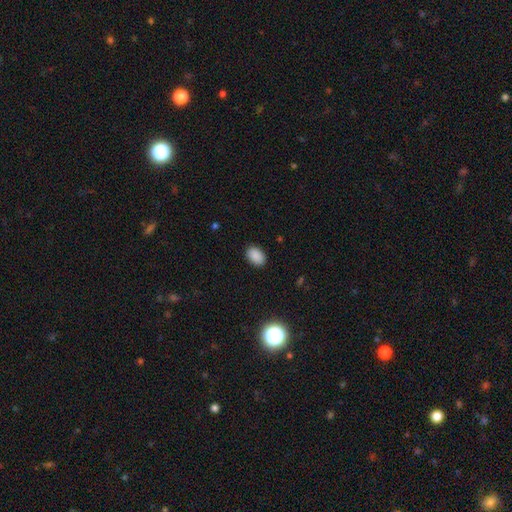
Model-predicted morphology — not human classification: This is clearly a smooth galaxy (88%). How rounded: clearly in between (85%). Merging: clearly none (87%).